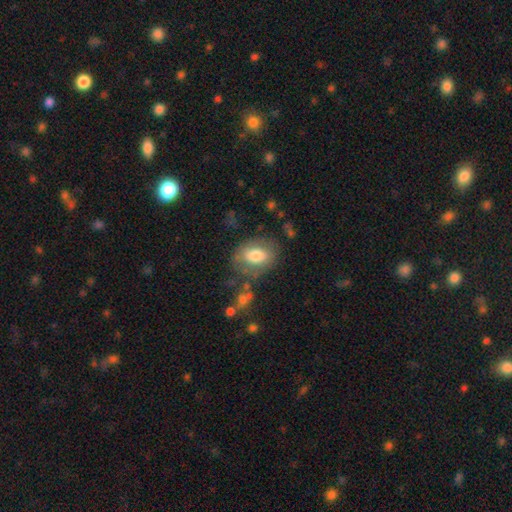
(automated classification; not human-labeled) Overall: smooth (70%). How rounded: in between (71%). Merging: none (65%).